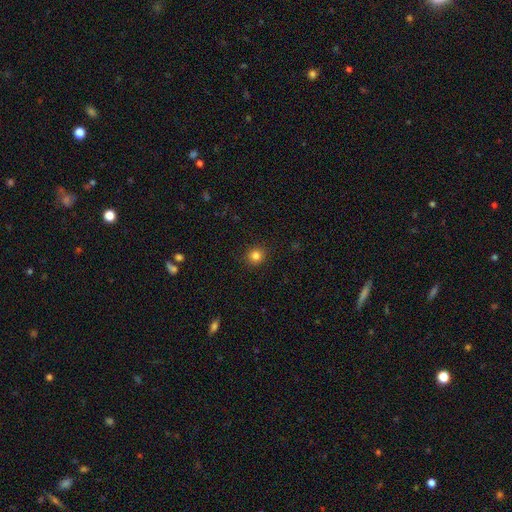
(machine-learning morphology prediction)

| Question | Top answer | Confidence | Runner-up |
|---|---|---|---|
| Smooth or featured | smooth | 83% | star or artifact (12%) |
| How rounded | round | 90% | in between (9%) |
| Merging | none | 91% | minor disturbance (6%) |